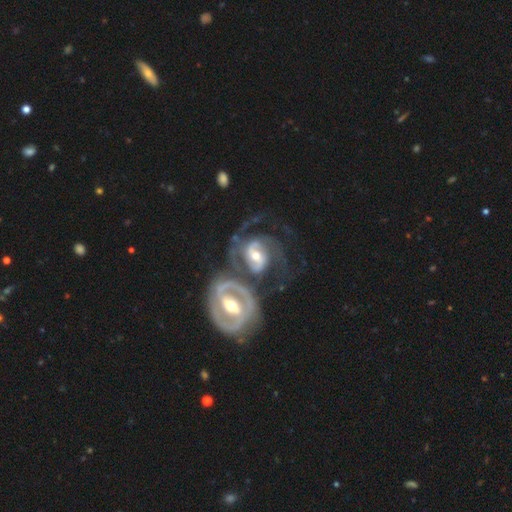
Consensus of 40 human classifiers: A featured or disk galaxy (98%) with a weak bar (45%), 2 (59%) medium (53%) spiral arms (89%) and a moderate central bulge (55%). Merging: merger (57%).